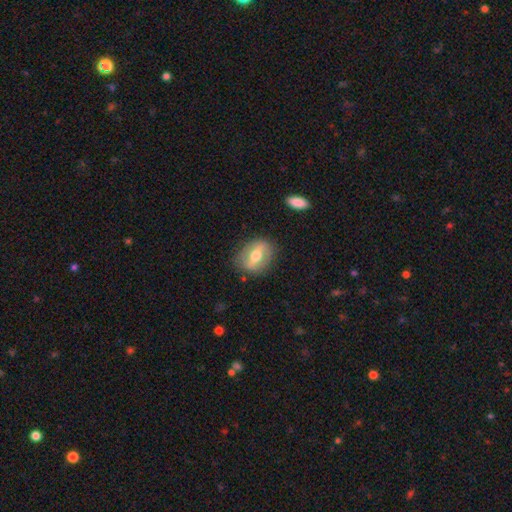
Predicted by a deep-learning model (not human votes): Q: Smooth or featured?
A: featured or disk (53%); runner-up: smooth (40%)
Q: Edge-on disk?
A: no (78%); runner-up: yes (22%)
Q: Merging?
A: none (80%); runner-up: minor disturbance (13%)